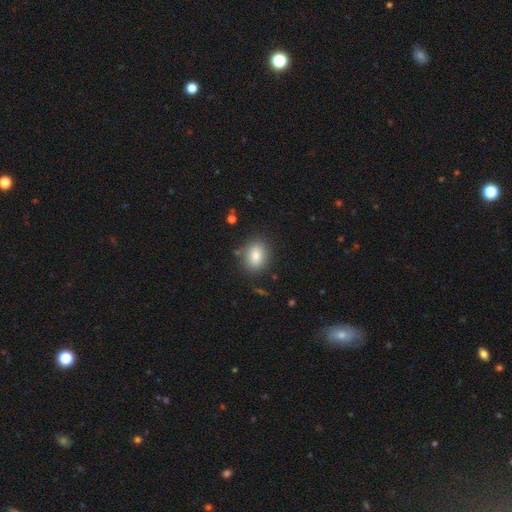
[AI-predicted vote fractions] Smooth or featured: smooth — 81% (featured or disk — 9%)
How rounded: in between — 53% (round — 45%)
Merging: none — 82% (minor disturbance — 12%)